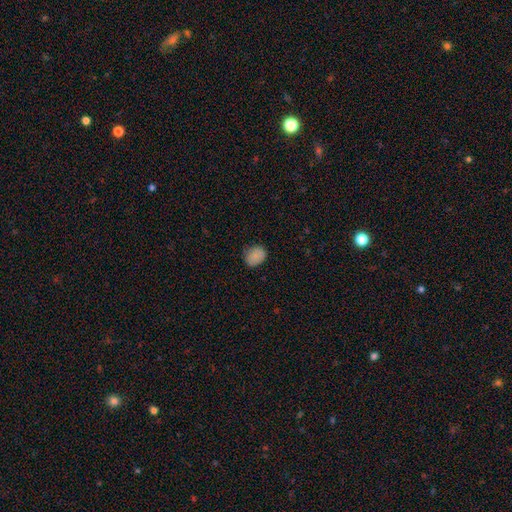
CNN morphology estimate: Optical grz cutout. It shows a smooth galaxy with no disk features (84%) that is round (58%). Merging: none (76%).